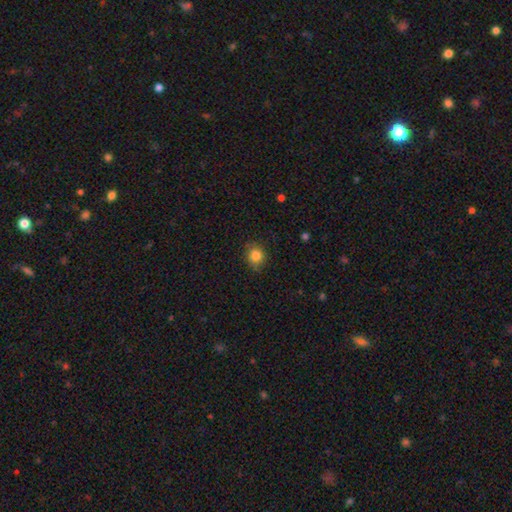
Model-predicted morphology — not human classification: The model was most divided on "how rounded": round: 76%, in between: 23%, cigar-shaped: 1%. More confident: smooth or featured — smooth (84%); merging — none (80%).